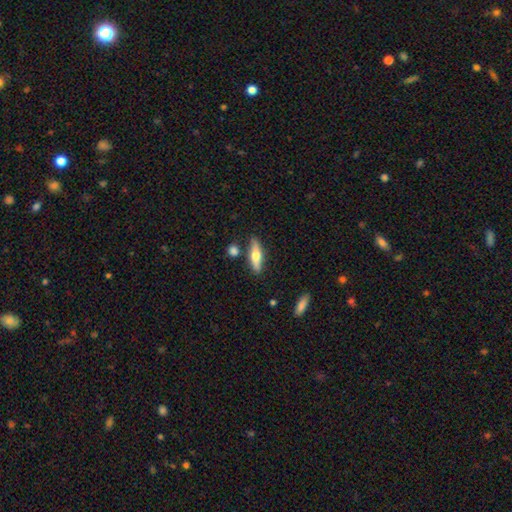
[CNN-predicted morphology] This appears to be a smooth galaxy with no disk features (54%) that is cigar-shaped (60%). Merging: none (80%).